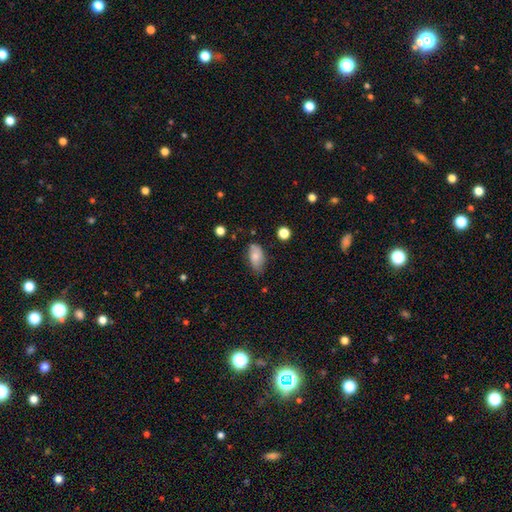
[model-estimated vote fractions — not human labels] This is likely a smooth galaxy (78%). How rounded: clearly in between (92%). Merging: likely none (66%).